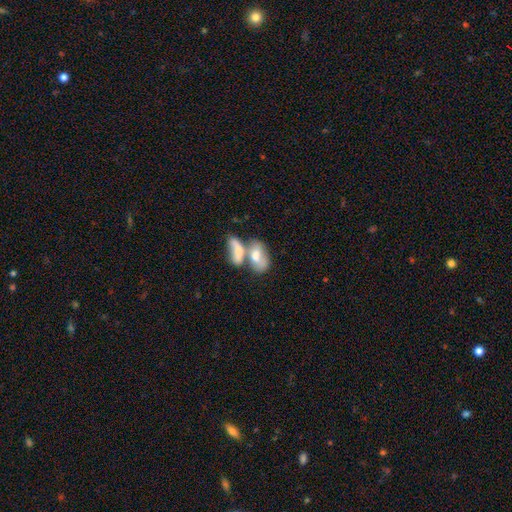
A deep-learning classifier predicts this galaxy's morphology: Smooth or featured?
  - smooth: 60% *
  - featured or disk: 32%
  - star or artifact: 7%
How rounded?
  - in between: 87% *
  - round: 8%
  - cigar-shaped: 5%
Merging?
  - merger: 70% *
  - none: 15%
  - minor disturbance: 8%
  - major disturbance: 7%